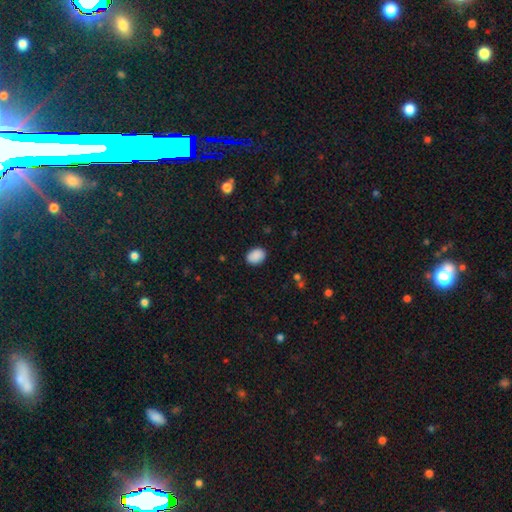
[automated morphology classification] Smooth or featured?
  - smooth: 90% *
  - star or artifact: 7%
  - featured or disk: 3%
How rounded?
  - in between: 76% *
  - round: 23%
  - cigar-shaped: 1%
Merging?
  - none: 88% *
  - minor disturbance: 9%
  - major disturbance: 2%
  - merger: 1%